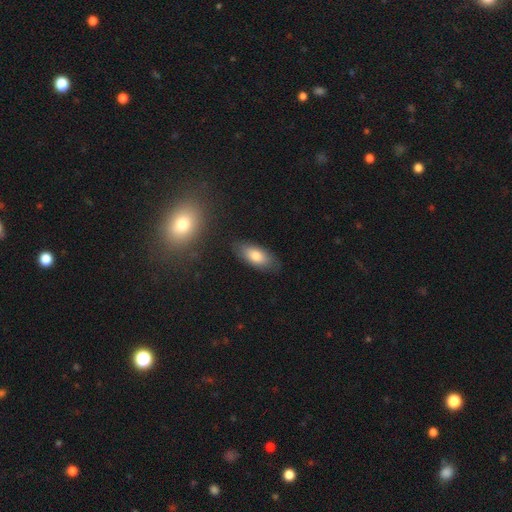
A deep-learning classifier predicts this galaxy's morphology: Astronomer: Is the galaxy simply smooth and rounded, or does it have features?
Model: smooth — 78%.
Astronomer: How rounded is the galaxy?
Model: in between — 86%.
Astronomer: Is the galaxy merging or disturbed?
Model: none — 81%.